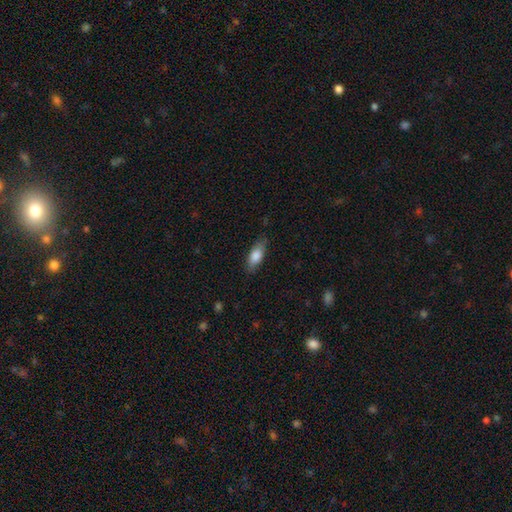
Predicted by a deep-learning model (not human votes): smooth 80%, featured or disk 13%, star or artifact 6%. Down the decision tree: how rounded — in between (78%); merging — none (80%).